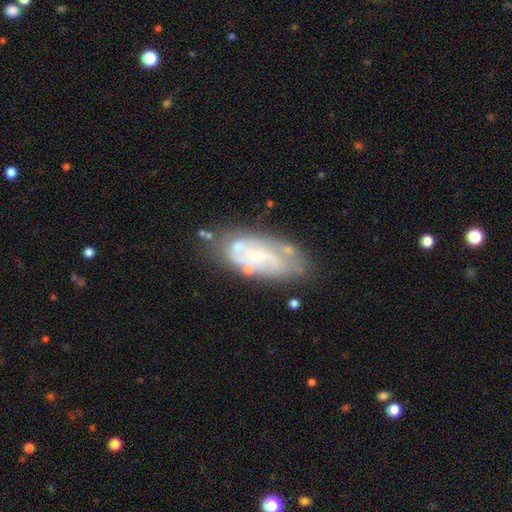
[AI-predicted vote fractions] Smooth or featured: featured or disk — 64% (smooth — 28%)
Edge-on disk: no — 93% (yes — 7%)
Bar: no — 71% (weak — 22%)
Spiral arms: yes — 54% (no — 46%)
Bulge size: none — 45% (small — 35%)
Merging: none — 57% (minor disturbance — 22%)